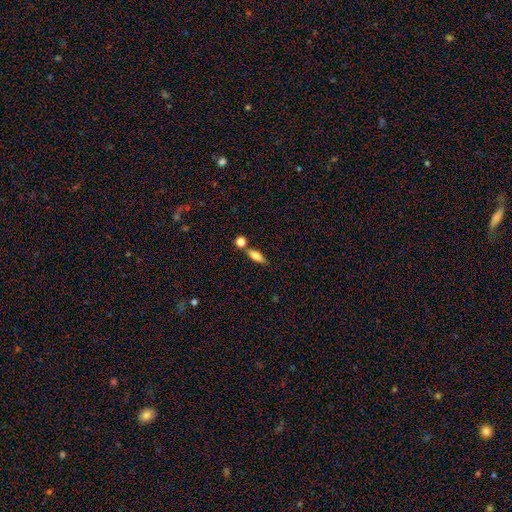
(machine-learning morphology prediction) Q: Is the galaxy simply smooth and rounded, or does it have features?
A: smooth — 75%.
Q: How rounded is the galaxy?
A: in between — 65%.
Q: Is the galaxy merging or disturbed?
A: none — 63%.